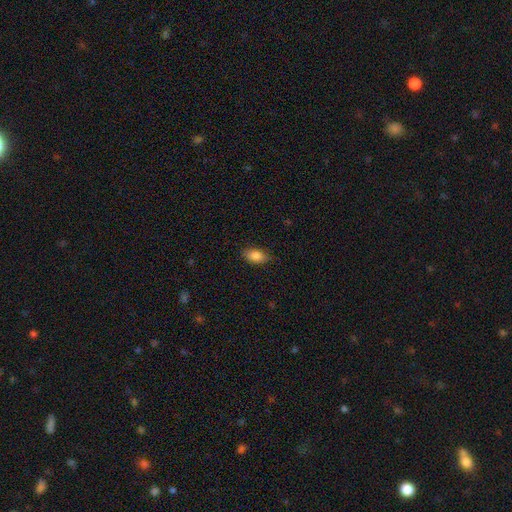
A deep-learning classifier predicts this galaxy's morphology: The model was most divided on "merging": none: 81%, minor disturbance: 15%, major disturbance: 3%, merger: 1%. More confident: how rounded — in between (88%); smooth or featured — smooth (85%).